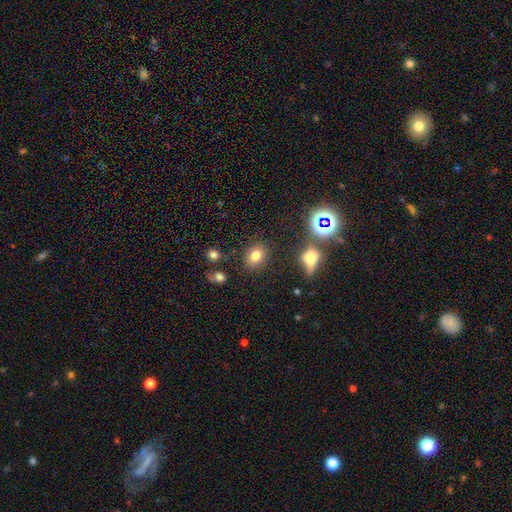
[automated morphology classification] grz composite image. It shows a smooth galaxy with no disk features (76%) that is in between round and cigar-shaped (53%). Merging: none (83%).